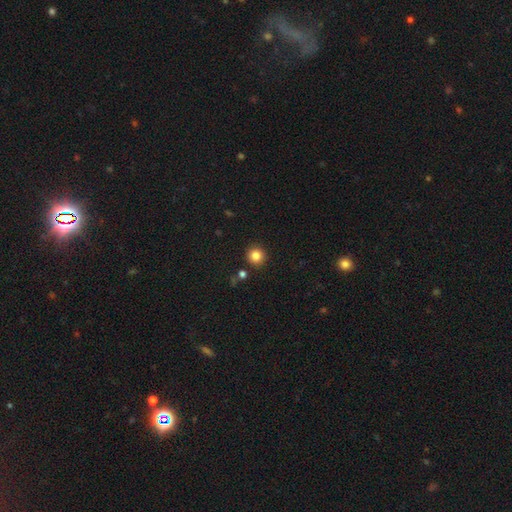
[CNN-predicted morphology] The model was most divided on "smooth or featured": smooth: 84%, star or artifact: 11%, featured or disk: 5%. More confident: how rounded — round (95%); merging — none (90%).